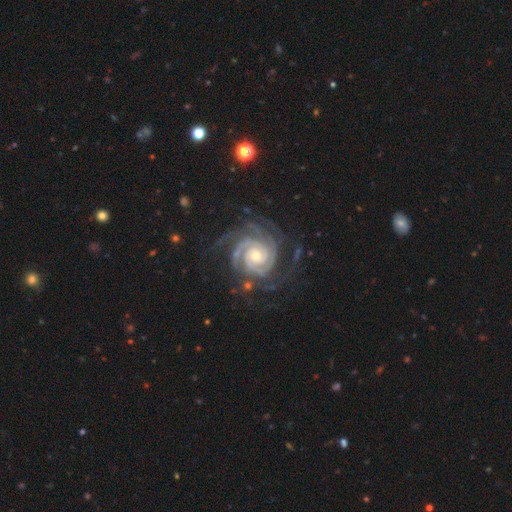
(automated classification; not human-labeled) Overall: featured or disk (93%). Edge-on disk: no (98%). Bar: no (69%). Spiral arms: yes (99%). Spiral arm count: 4 (28%; 3 27%). Spiral winding: tight (81%). Bulge size: small (52%; moderate 44%). Merging: none (74%).